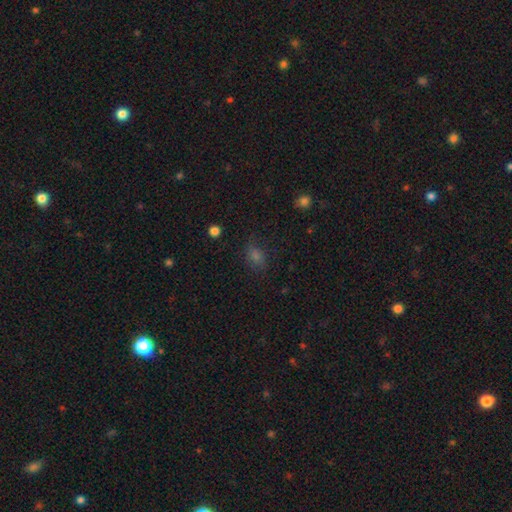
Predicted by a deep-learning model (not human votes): Smooth or featured? Predicted: smooth (p=0.63). How rounded? Predicted: in between (p=0.67). Merging? Predicted: none (p=0.76).